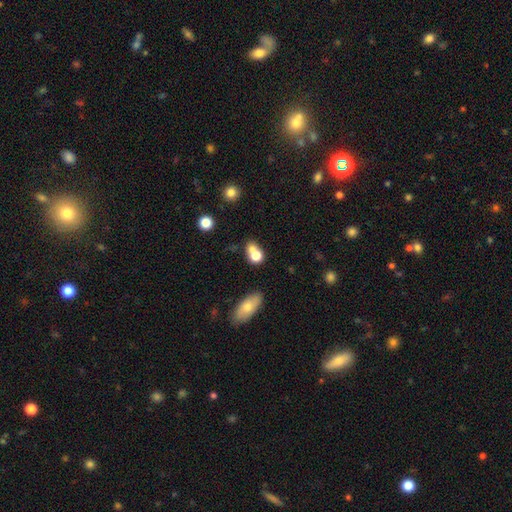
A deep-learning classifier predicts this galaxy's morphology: Q: Smooth or featured?
A: smooth (74%); runner-up: featured or disk (15%)
Q: How rounded?
A: round (56%); runner-up: in between (42%)
Q: Merging?
A: merger (52%); runner-up: none (33%)